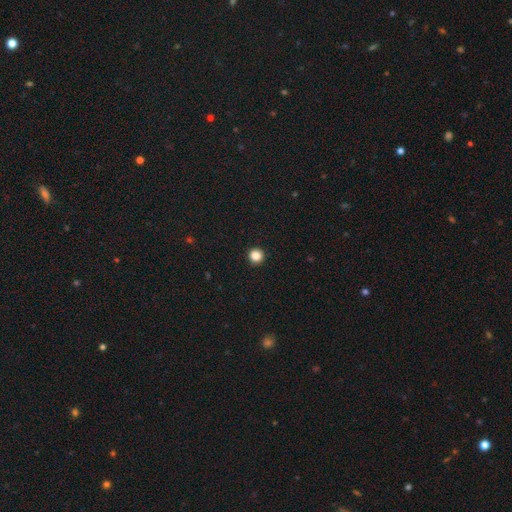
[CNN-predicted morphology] This appears to be a smooth galaxy with no disk features (86%) that is round (95%). Merging: none (94%).